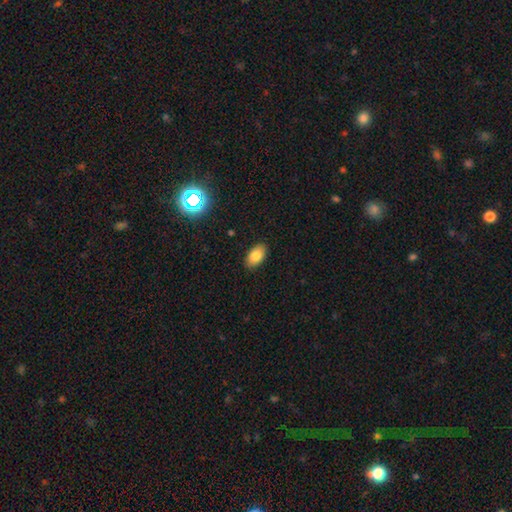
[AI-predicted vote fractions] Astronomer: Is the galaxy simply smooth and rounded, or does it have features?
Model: smooth — 83%.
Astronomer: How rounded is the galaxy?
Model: in between — 94%.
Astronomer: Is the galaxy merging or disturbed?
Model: none — 88%.